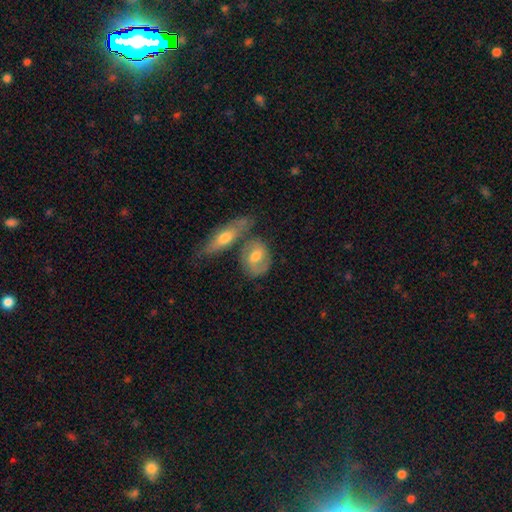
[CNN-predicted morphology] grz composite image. It shows a smooth galaxy with no disk features (53%) that is in between round and cigar-shaped (59%). Merging: none (52%).